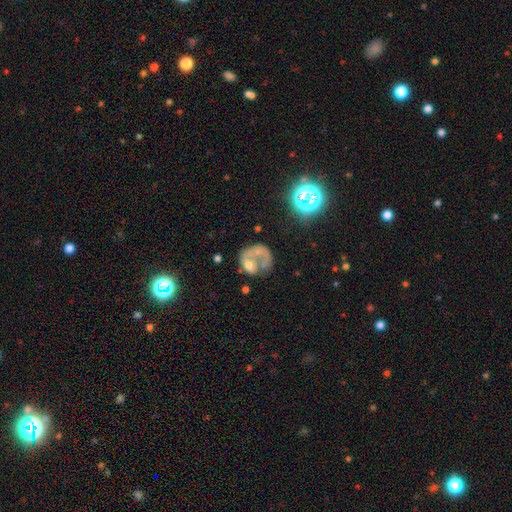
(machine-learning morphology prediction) type=featured or disk (51%); edge-on=no (98%); merging=major disturbance (35%).